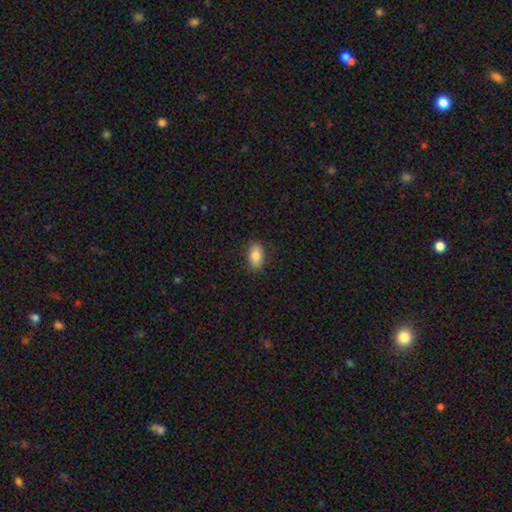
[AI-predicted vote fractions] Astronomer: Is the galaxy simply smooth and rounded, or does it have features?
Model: smooth — 83%.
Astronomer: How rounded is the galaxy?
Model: in between — 89%.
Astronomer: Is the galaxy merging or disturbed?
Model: none — 87%.